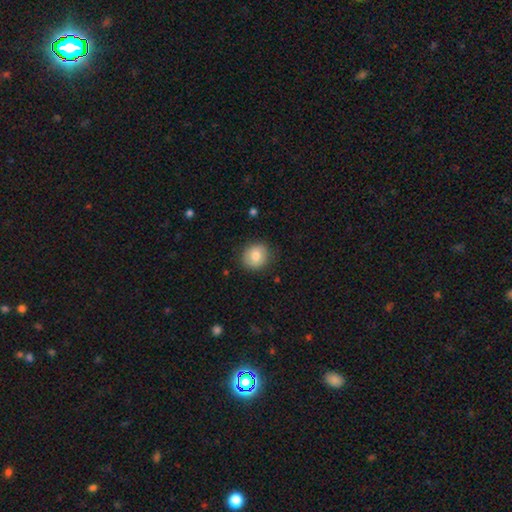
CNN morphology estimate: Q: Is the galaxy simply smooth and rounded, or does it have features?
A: smooth — 80%.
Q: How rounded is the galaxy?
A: round — 83%.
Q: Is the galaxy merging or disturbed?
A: none — 87%.